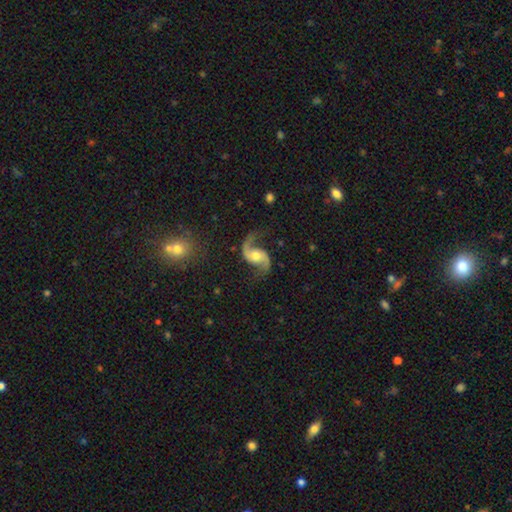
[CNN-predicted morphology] smooth_or_featured: featured or disk (p=0.91) [alt: star or artifact p=0.05]
disk_edge_on: no (p=0.98) [alt: yes p=0.02]
bar: no (p=0.56) [alt: weak p=0.32]
has_spiral_arms: yes (p=0.97) [alt: no p=0.03]
spiral_winding: loose (p=0.73) [alt: medium p=0.23]
spiral_arm_count: 2 (p=0.94) [alt: 1 p=0.02]
bulge_size: moderate (p=0.66) [alt: small p=0.21]
merging: none (p=0.76) [alt: minor disturbance p=0.14]